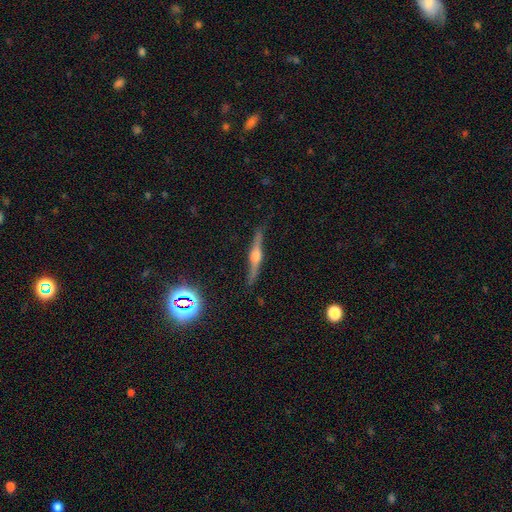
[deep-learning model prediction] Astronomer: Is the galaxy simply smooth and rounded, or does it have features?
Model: featured or disk — 79%.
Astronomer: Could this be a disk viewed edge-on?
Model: yes — 96%.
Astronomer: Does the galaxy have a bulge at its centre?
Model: rounded — 87%.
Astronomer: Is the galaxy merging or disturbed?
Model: none — 86%.